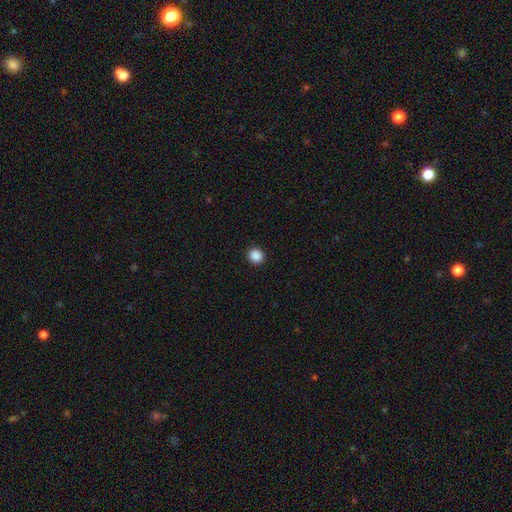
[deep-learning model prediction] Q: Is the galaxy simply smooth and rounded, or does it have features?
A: smooth — 88%.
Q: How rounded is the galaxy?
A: round — 88%.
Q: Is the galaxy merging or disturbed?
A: none — 93%.